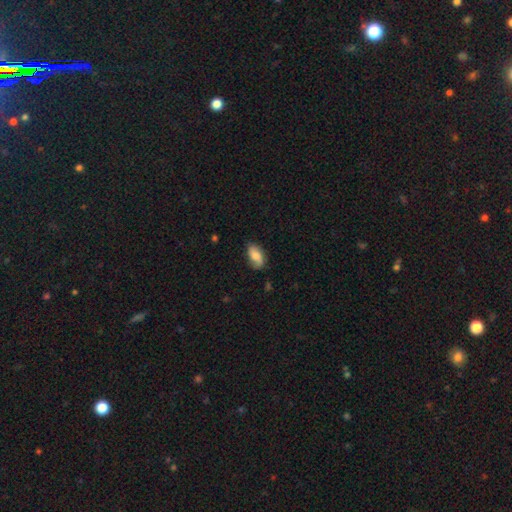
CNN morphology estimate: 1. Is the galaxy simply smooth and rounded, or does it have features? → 74% smooth, 19% featured or disk, 7% star or artifact.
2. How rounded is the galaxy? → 92% in between, 4% round, 4% cigar-shaped.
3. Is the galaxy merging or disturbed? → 72% none, 22% minor disturbance, 4% major disturbance, 1% merger.